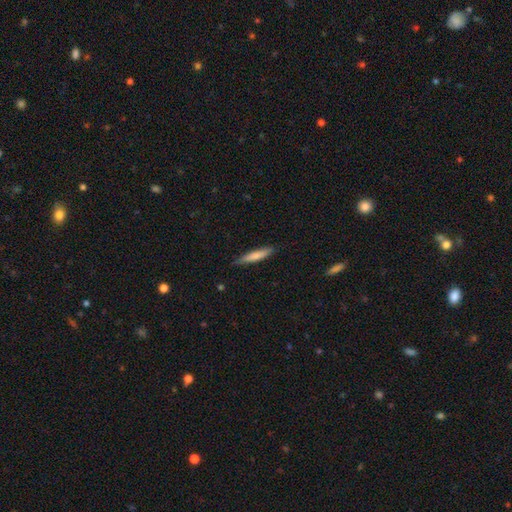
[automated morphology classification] This appears to be a smooth galaxy with no disk features (72%) that is cigar-shaped (91%). Merging: none (84%).